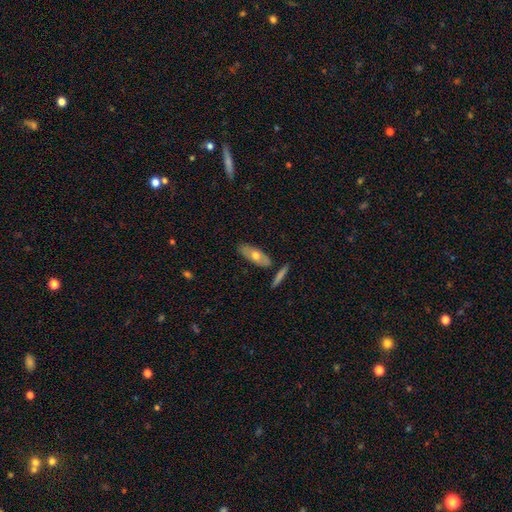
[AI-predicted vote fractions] This appears to be a smooth galaxy with no disk features (55%) that is in between round and cigar-shaped (70%). Merging: none (79%).